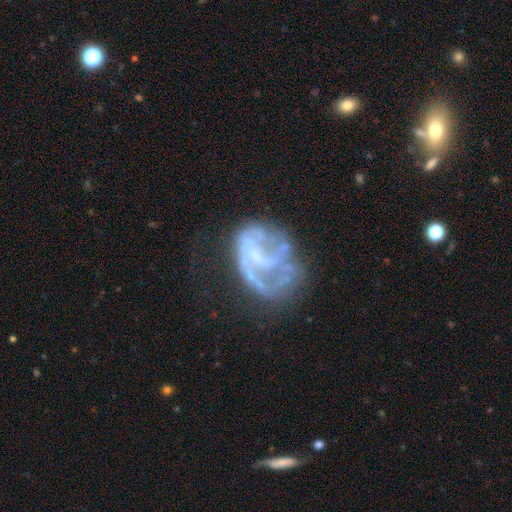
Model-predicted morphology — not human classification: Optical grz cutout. It shows a featured or disk galaxy (73%) with no bar (58%), spiral arms (53%) and no central bulge (55%). Merging: none (37%).